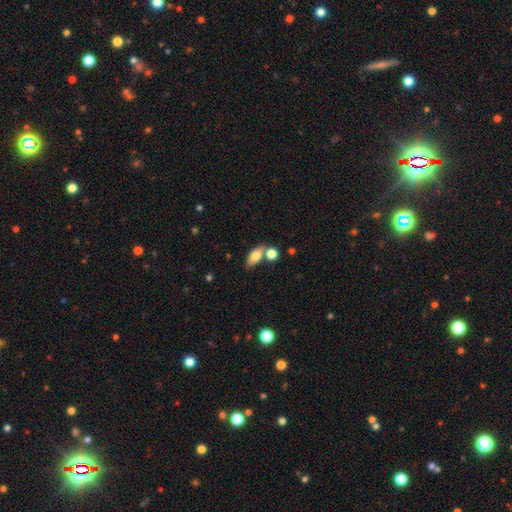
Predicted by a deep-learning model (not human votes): Smooth or featured: smooth — 72% (featured or disk — 20%)
How rounded: in between — 79% (cigar-shaped — 13%)
Merging: none — 60% (merger — 26%)